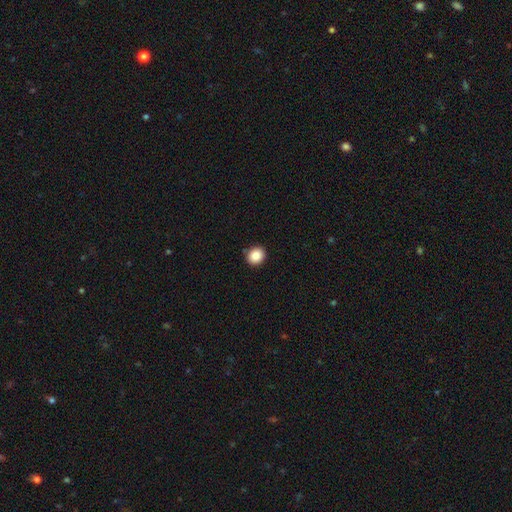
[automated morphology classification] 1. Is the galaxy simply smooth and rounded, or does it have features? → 88% smooth, 9% star or artifact, 3% featured or disk.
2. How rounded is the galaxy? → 73% round, 26% in between, 1% cigar-shaped.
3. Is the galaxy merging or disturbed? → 89% none, 8% minor disturbance, 2% major disturbance, 2% merger.